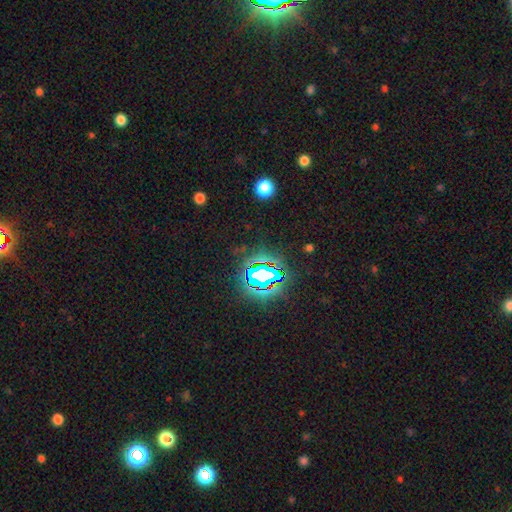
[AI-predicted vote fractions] The model was most divided on "smooth or featured": star or artifact: 84%, smooth: 10%, featured or disk: 6%.